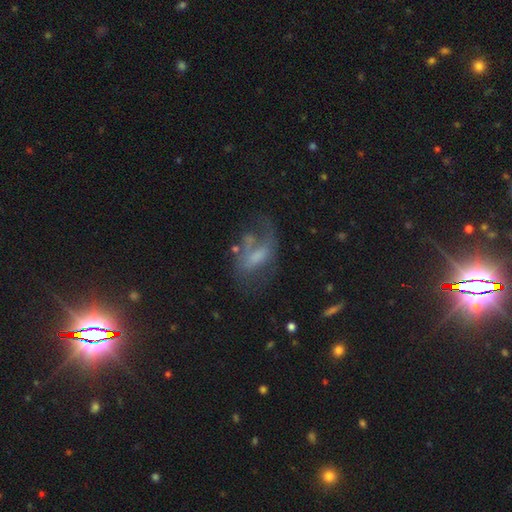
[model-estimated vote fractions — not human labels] Smooth or featured: featured or disk — 56% (smooth — 31%)
Edge-on disk: no — 94% (yes — 6%)
Bar: no — 51% (weak — 36%)
Spiral arms: yes — 56% (no — 44%)
Bulge size: none — 32% (moderate — 29%)
Merging: major disturbance — 39% (none — 35%)